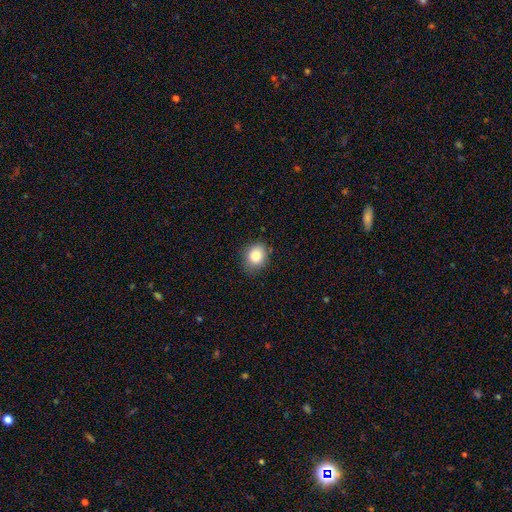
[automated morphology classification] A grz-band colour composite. It shows a smooth galaxy with no disk features (84%) that is round (56%). Merging: none (80%).